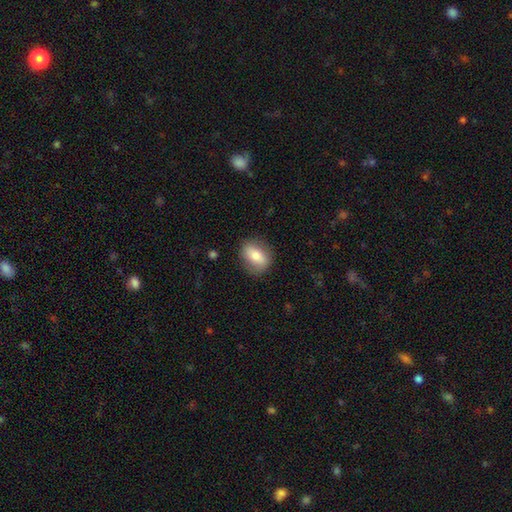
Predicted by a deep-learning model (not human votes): Q: Smooth or featured?
A: smooth (71%); runner-up: featured or disk (22%)
Q: How rounded?
A: in between (69%); runner-up: round (28%)
Q: Merging?
A: none (81%); runner-up: minor disturbance (14%)